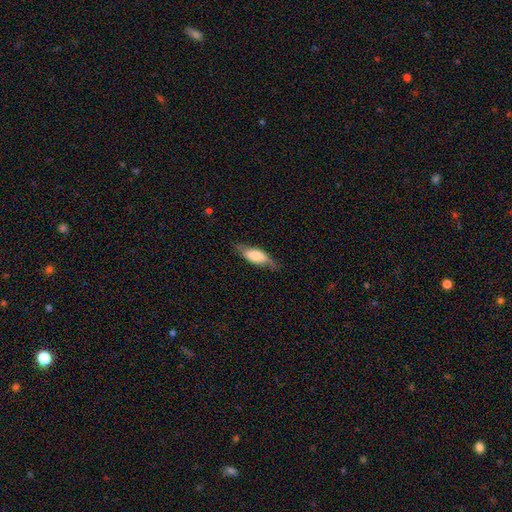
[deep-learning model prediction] This appears to be a smooth galaxy with no disk features (63%) that is in between round and cigar-shaped (69%). Merging: none (66%).